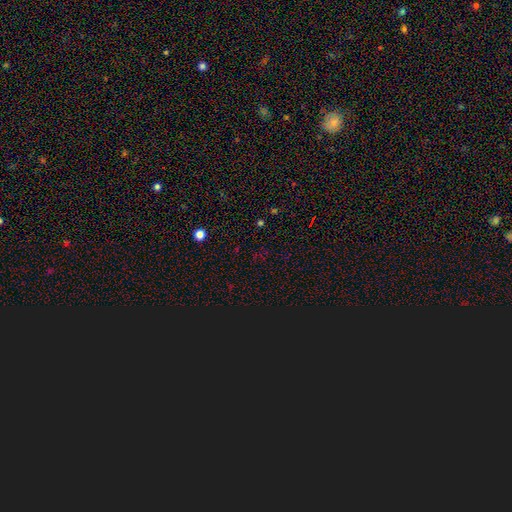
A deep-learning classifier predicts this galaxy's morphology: star or artifact 66%, smooth 27%, featured or disk 7%.